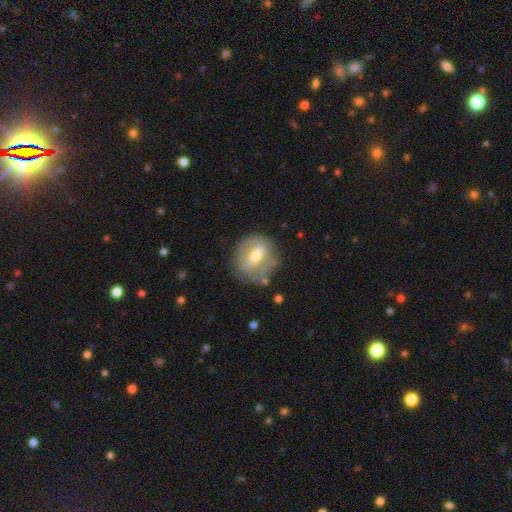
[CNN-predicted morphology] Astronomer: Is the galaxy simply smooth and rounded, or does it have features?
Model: featured or disk — 59% (runner-up: smooth, 34%).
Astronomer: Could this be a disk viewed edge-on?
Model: no — 92%.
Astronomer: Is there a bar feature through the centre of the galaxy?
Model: weak — 47% (runner-up: strong, 35%).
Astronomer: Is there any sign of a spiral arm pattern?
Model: no — 51% (runner-up: yes, 49%).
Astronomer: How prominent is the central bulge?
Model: moderate — 63%.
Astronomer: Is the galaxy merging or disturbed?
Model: none — 69%.